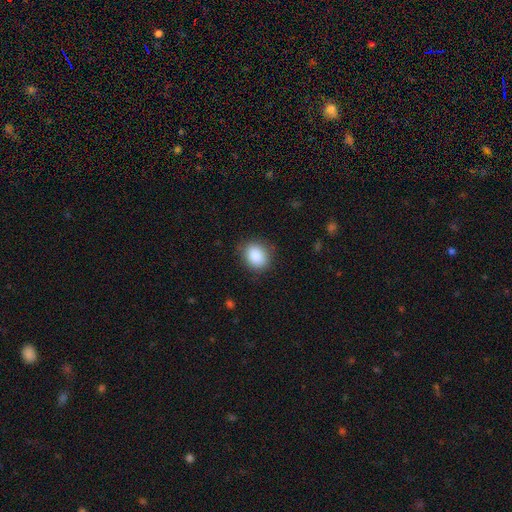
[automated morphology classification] smooth-or-featured: smooth: 87% | star or artifact: 8% | featured or disk: 5%
  how-rounded: round: 50% | in between: 49% | cigar-shaped: 1%
  merging: none: 84% | minor disturbance: 12% | major disturbance: 3% | merger: 1%